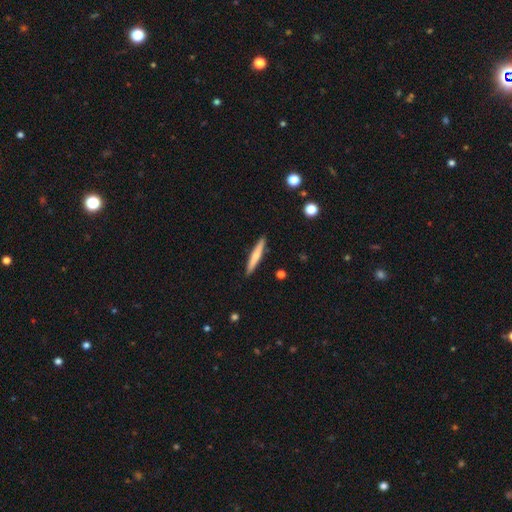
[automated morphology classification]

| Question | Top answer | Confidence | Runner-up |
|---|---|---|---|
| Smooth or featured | smooth | 59% | featured or disk (35%) |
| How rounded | cigar-shaped | 94% | in between (5%) |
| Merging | none | 90% | minor disturbance (7%) |